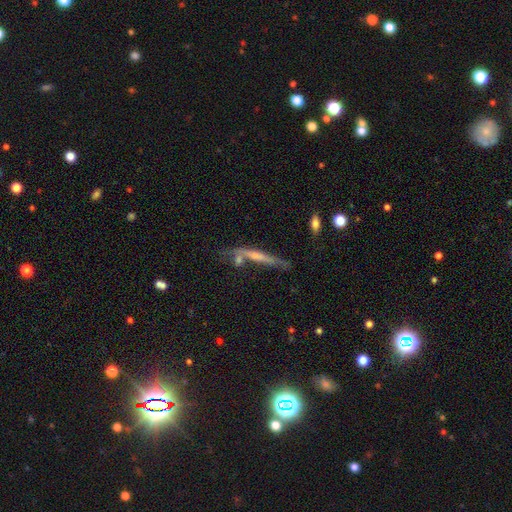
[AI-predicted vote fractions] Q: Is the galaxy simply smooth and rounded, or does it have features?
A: featured or disk — 55%.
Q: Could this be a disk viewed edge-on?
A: yes — 87%.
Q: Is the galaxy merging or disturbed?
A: none — 57%.